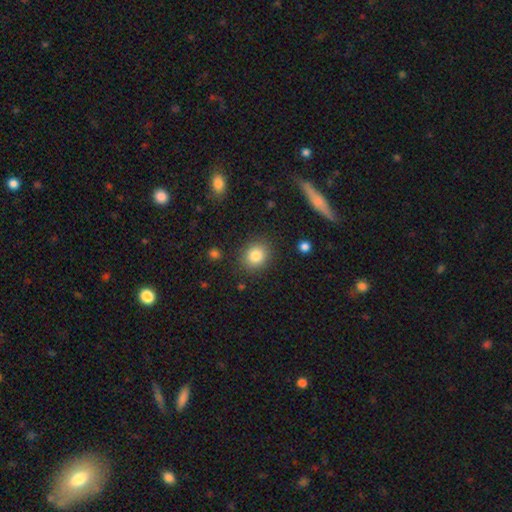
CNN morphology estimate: Smooth or featured? Predicted: smooth (p=0.83). How rounded? Predicted: round (p=0.75). Merging? Predicted: none (p=0.87).